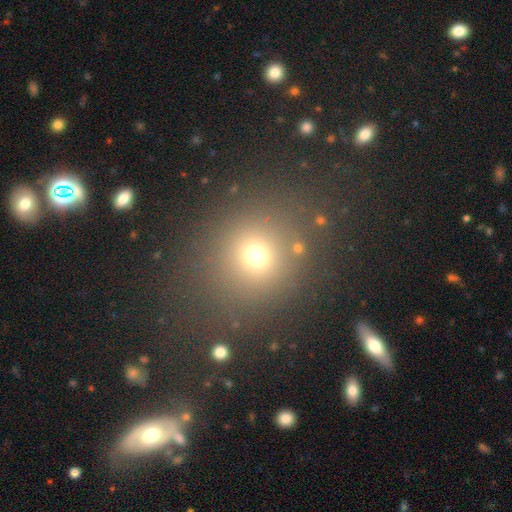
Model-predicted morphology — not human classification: smooth 68%, star or artifact 24%, featured or disk 9%. Down the decision tree: how rounded — round (85%); merging — none (82%).